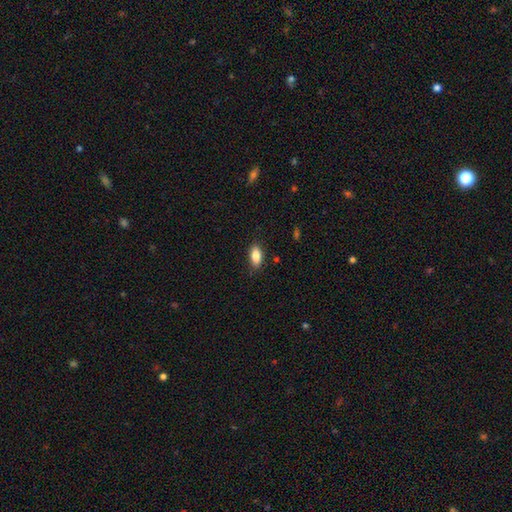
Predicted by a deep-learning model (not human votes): smooth_or_featured: smooth (p=0.85) [alt: featured or disk p=0.08]
how_rounded: in between (p=0.89) [alt: cigar-shaped p=0.08]
merging: none (p=0.86) [alt: minor disturbance p=0.11]